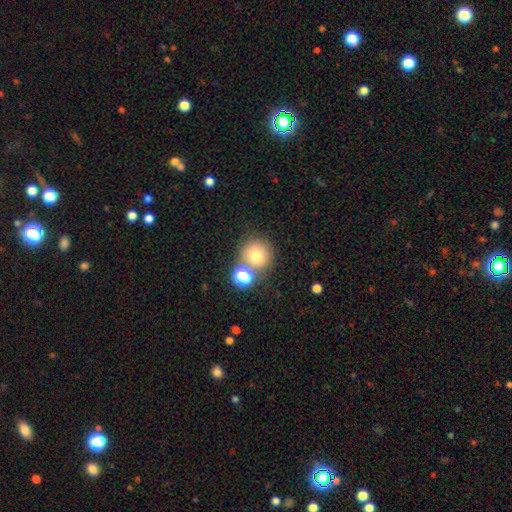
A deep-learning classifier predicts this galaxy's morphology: Smooth or featured: smooth — 75% (star or artifact — 14%)
How rounded: round — 89% (in between — 10%)
Merging: none — 65% (merger — 21%)